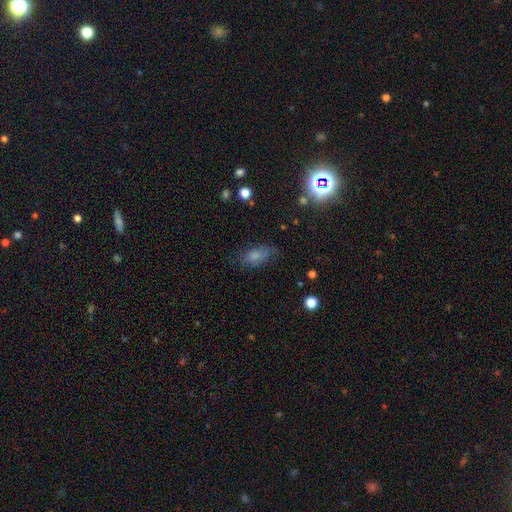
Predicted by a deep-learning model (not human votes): Morphology: type=smooth (71%); roundness=in between (87%); merging=none (70%).